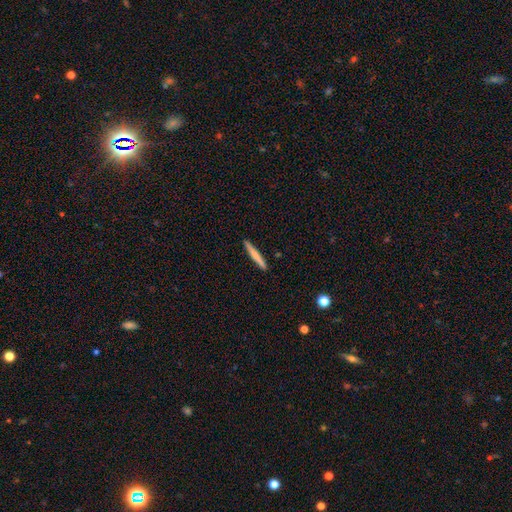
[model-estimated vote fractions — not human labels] Overall: smooth (67%; featured or disk 28%). How rounded: cigar-shaped (96%). Merging: none (91%).